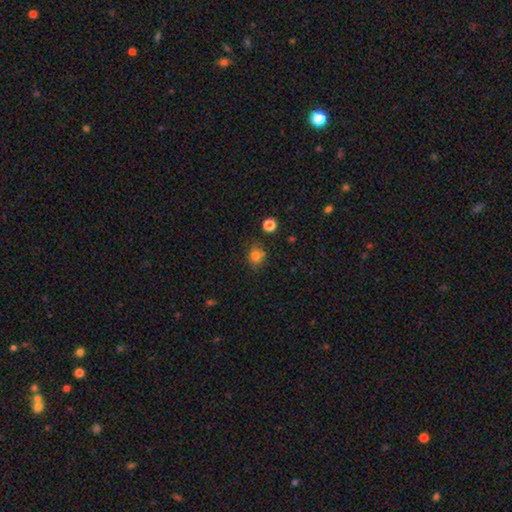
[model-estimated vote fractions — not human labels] Q: Smooth or featured?
A: smooth (77%); runner-up: star or artifact (14%)
Q: How rounded?
A: round (63%); runner-up: in between (35%)
Q: Merging?
A: none (69%); runner-up: minor disturbance (18%)